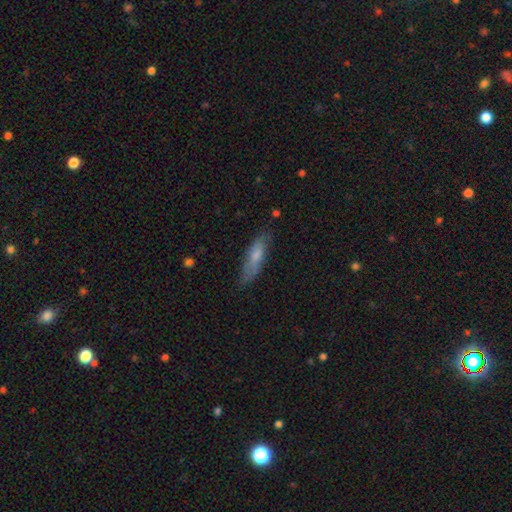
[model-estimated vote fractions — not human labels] smooth-or-featured: smooth: 68% | featured or disk: 26% | star or artifact: 7%
  how-rounded: cigar-shaped: 62% | in between: 36% | round: 2%
  merging: none: 70% | minor disturbance: 22% | major disturbance: 6% | merger: 2%